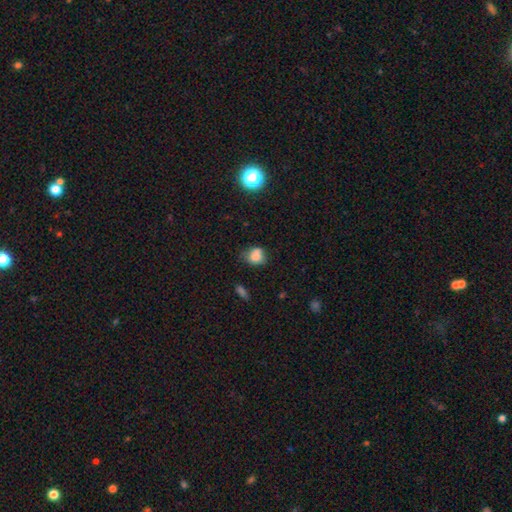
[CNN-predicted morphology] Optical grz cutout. It shows a smooth galaxy with no disk features (75%) that is round (60%). Merging: none (44%).